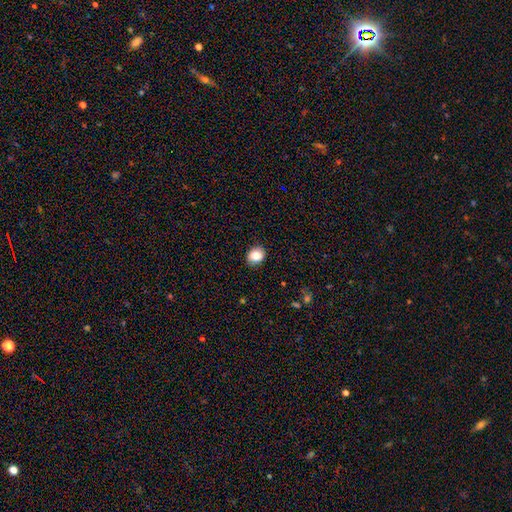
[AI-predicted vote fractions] smooth_or_featured: smooth (p=0.84) [alt: star or artifact p=0.09]
how_rounded: round (p=0.55) [alt: in between p=0.44]
merging: none (p=0.87) [alt: minor disturbance p=0.09]